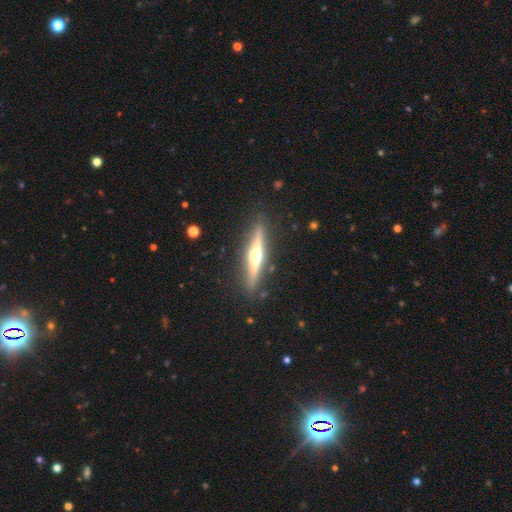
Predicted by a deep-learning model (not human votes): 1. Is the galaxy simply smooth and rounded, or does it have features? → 72% featured or disk, 22% smooth, 6% star or artifact.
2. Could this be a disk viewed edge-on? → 97% yes, 3% no.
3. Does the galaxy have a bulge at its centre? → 90% rounded, 5% boxy, 5% none.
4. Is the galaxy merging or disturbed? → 88% none, 8% minor disturbance, 2% major disturbance, 2% merger.